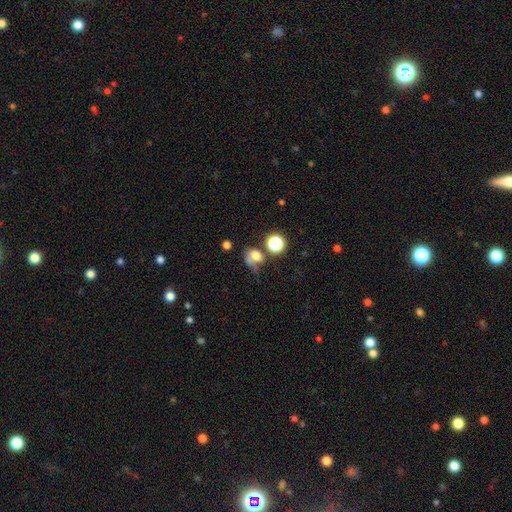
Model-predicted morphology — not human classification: Q: Smooth or featured?
A: smooth (65%); runner-up: featured or disk (19%)
Q: How rounded?
A: round (56%); runner-up: in between (43%)
Q: Merging?
A: none (30%); runner-up: major disturbance (29%)